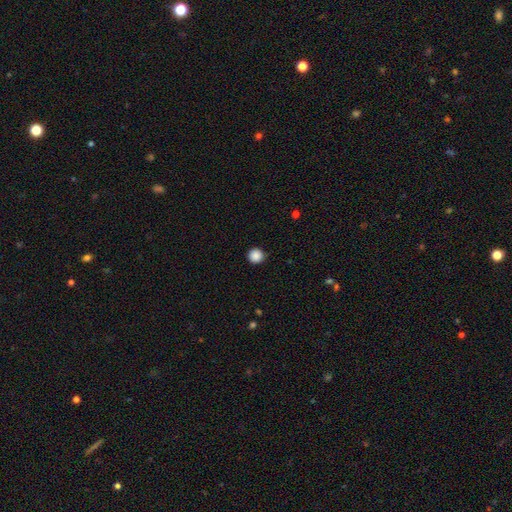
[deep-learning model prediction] smooth-or-featured: smooth: 88% | star or artifact: 9% | featured or disk: 2%
  how-rounded: round: 95% | in between: 5% | cigar-shaped: 1%
  merging: none: 91% | minor disturbance: 6% | major disturbance: 2% | merger: 1%